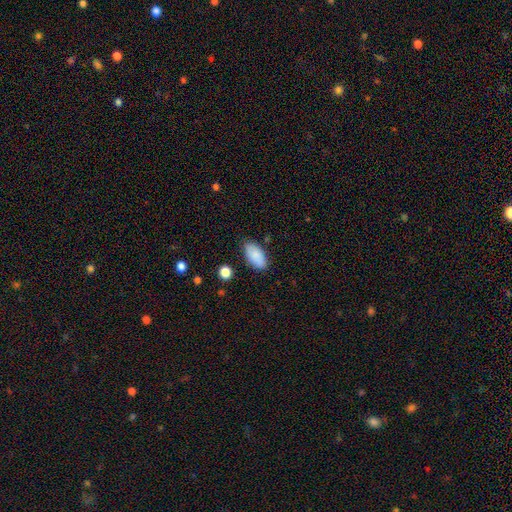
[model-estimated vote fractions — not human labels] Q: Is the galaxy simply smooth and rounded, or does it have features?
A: smooth — 87%.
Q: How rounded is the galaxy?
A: in between — 94%.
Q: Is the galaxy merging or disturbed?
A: none — 82%.